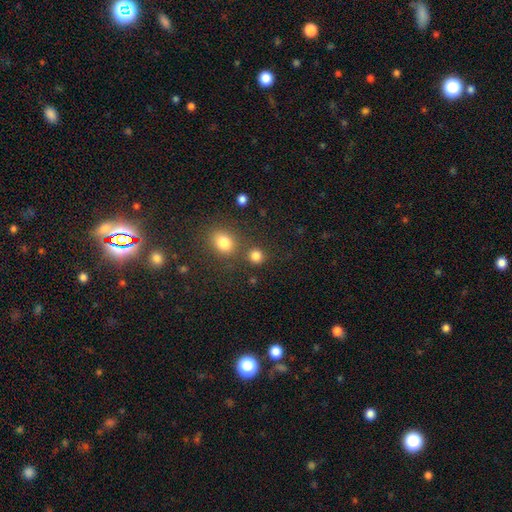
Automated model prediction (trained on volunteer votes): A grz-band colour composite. It shows a smooth galaxy with no disk features (82%) that is round (86%). Merging: none (74%).